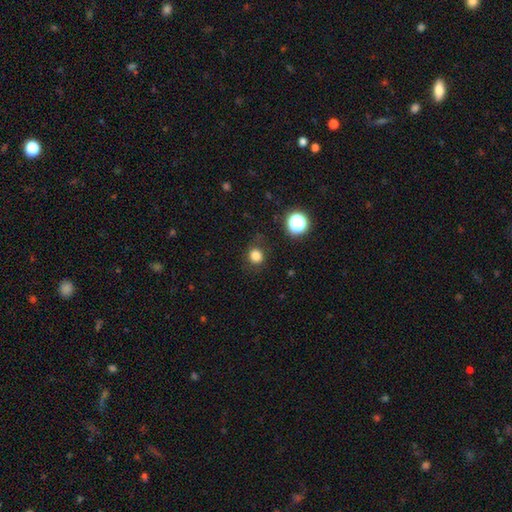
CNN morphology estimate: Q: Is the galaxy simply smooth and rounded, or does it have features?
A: smooth — 82%.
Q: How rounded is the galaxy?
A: round — 88%.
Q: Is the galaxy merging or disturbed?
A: none — 84%.